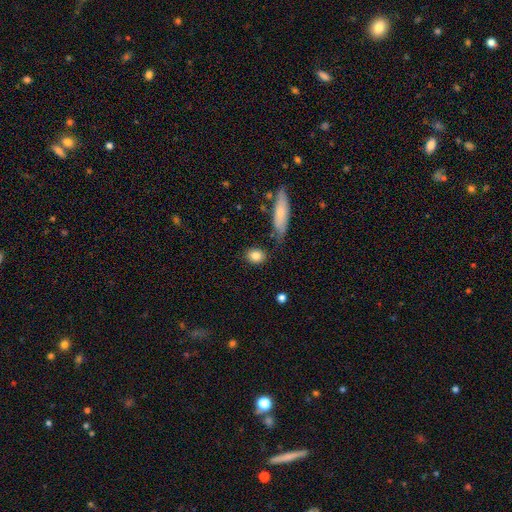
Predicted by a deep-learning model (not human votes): A smooth galaxy with no disk features (84%) that is round (49%). Merging: none (81%).